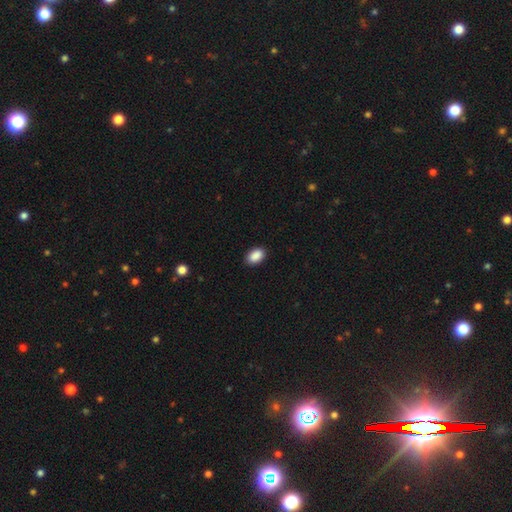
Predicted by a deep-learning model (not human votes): This appears to be a smooth galaxy with no disk features (90%) that is in between round and cigar-shaped (90%). Merging: none (89%).